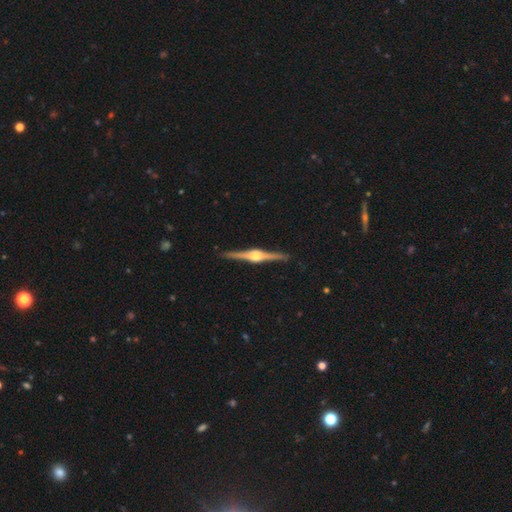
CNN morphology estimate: A featured or disk galaxy (88%) viewed edge-on (99%) with a rounded central bulge (92%). Merging: none (91%).